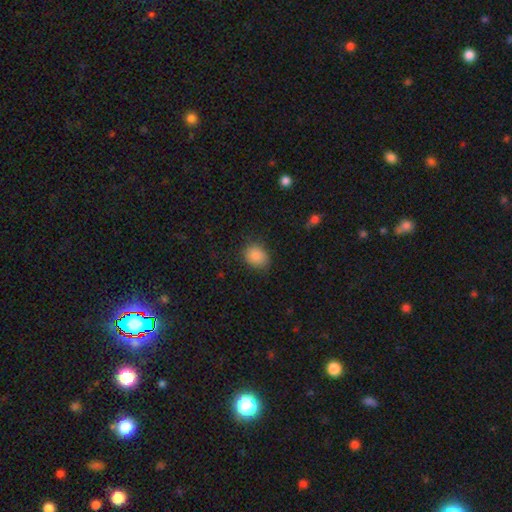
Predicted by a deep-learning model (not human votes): smooth 86%, star or artifact 9%, featured or disk 4%. Down the decision tree: how rounded — in between (50%); merging — none (78%).